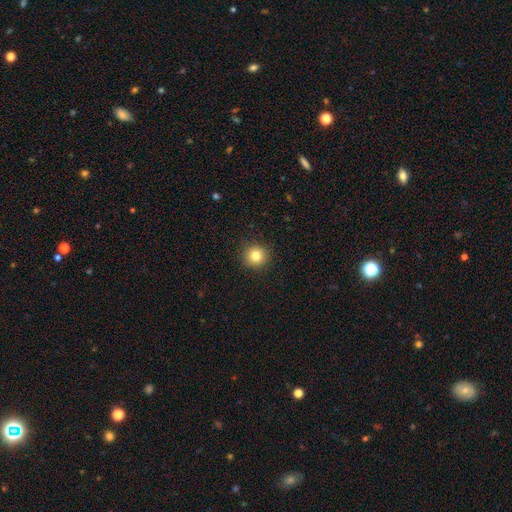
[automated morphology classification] Smooth or featured?
  - smooth: 82% *
  - star or artifact: 11%
  - featured or disk: 7%
How rounded?
  - round: 94% *
  - in between: 5%
  - cigar-shaped: 1%
Merging?
  - none: 92% *
  - minor disturbance: 5%
  - major disturbance: 2%
  - merger: 1%